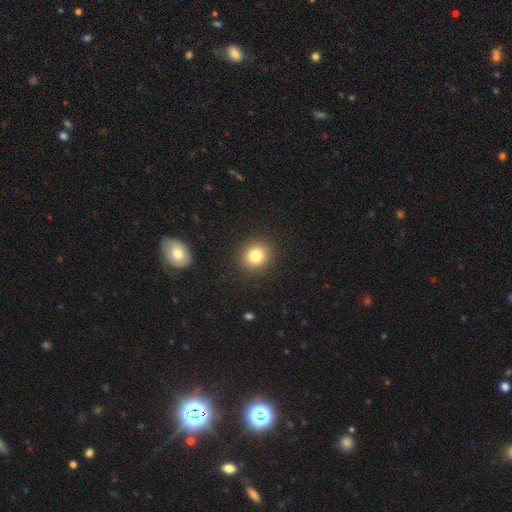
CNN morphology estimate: This appears to be a smooth galaxy with no disk features (81%) that is round (85%). Merging: none (91%).